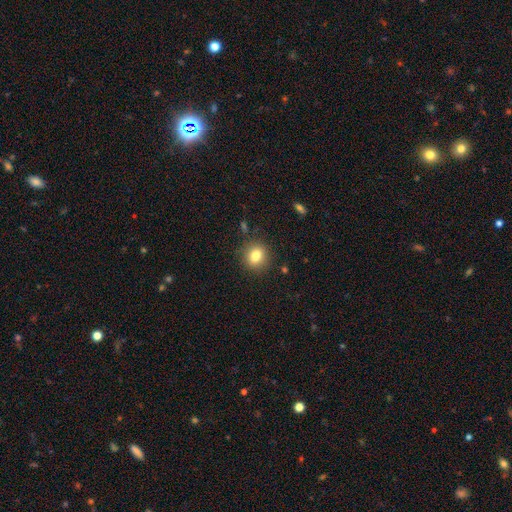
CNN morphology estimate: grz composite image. It shows a smooth galaxy with no disk features (81%) that is round (81%). Merging: none (88%).